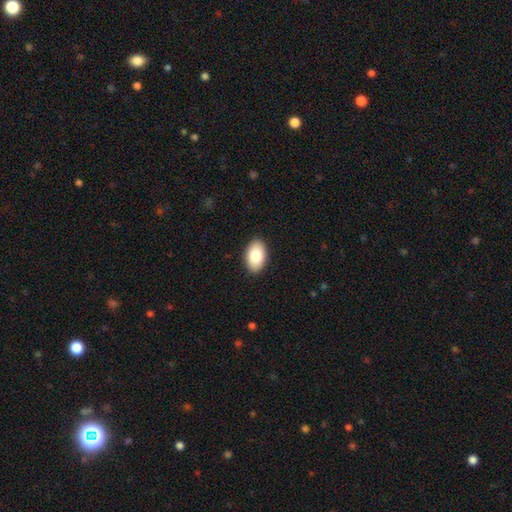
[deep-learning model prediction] This appears to be a smooth galaxy with no disk features (83%) that is in between round and cigar-shaped (93%). Merging: none (90%).